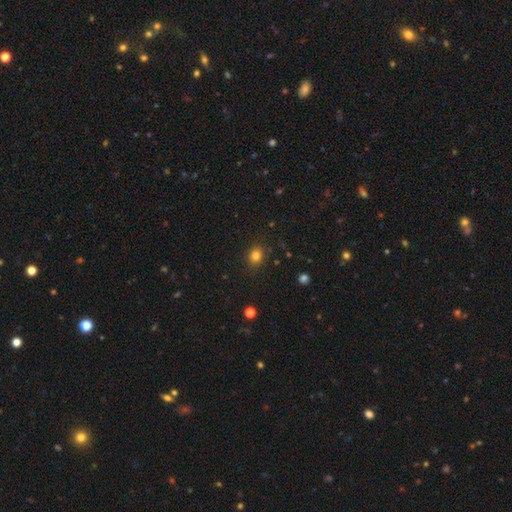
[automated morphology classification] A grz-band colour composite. It shows a smooth galaxy with no disk features (82%) that is round (62%). Merging: none (85%).